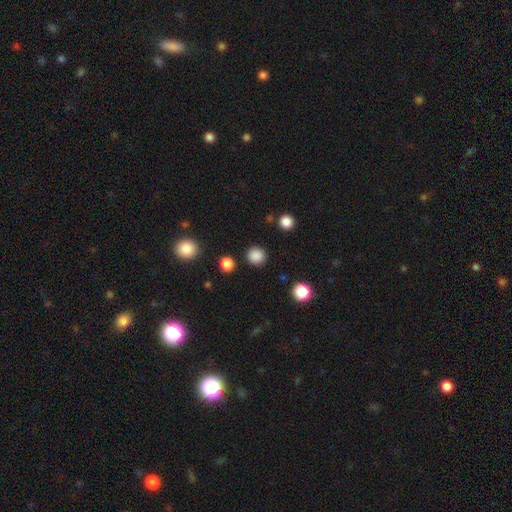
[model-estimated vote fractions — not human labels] smooth_or_featured: smooth (p=0.86) [alt: star or artifact p=0.11]
how_rounded: round (p=0.93) [alt: in between p=0.07]
merging: none (p=0.90) [alt: minor disturbance p=0.05]